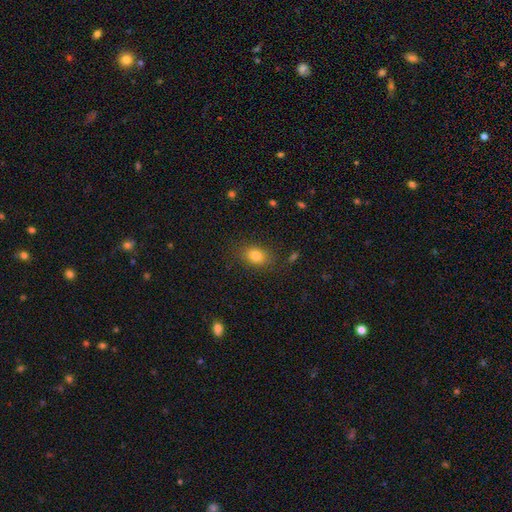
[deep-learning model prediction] Smooth or featured? smooth (81%)
How rounded? in between (71%)
Merging? none (82%)